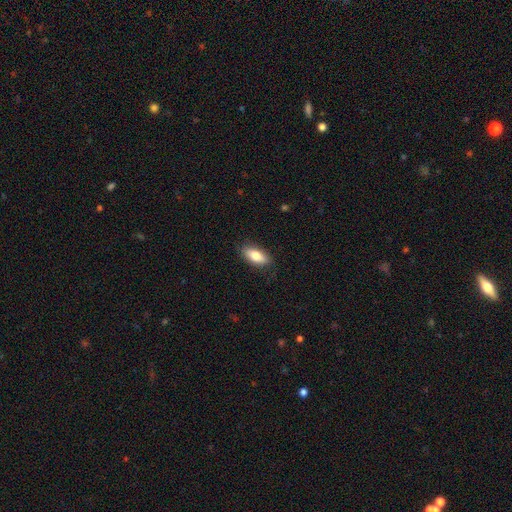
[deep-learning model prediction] A smooth galaxy with no disk features (79%) that is in between round and cigar-shaped (83%). Merging: none (85%).